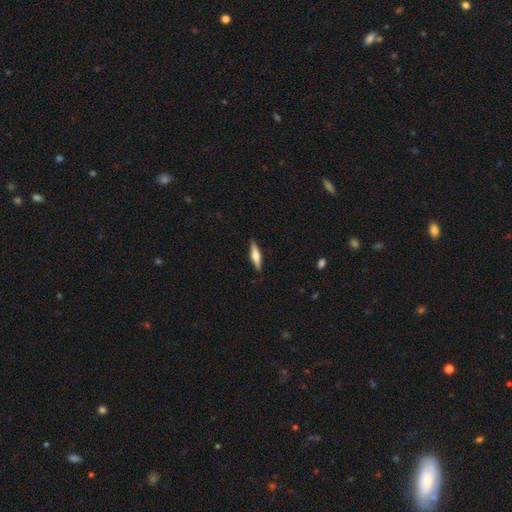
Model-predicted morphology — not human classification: A smooth galaxy with no disk features (59%) that is cigar-shaped (73%).

Vote fractions:
- Smooth or featured? smooth: 59% / featured or disk: 36% / star or artifact: 6%
- How rounded? cigar-shaped: 73% / in between: 25% / round: 2%
- Merging? none: 88% / minor disturbance: 9% / major disturbance: 2% / merger: 1%